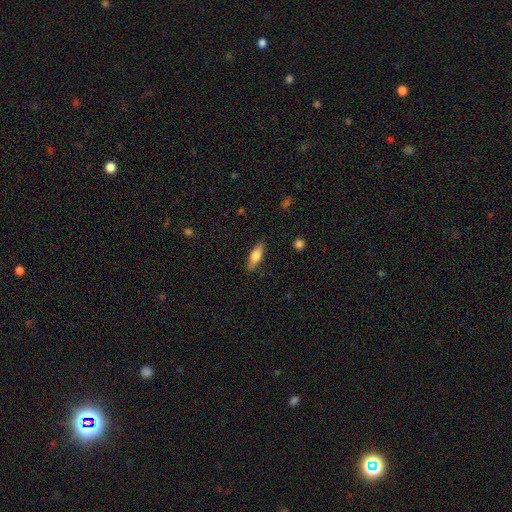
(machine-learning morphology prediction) Overall: smooth (66%; featured or disk 28%). How rounded: in between (52%; cigar-shaped 46%). Merging: none (87%).